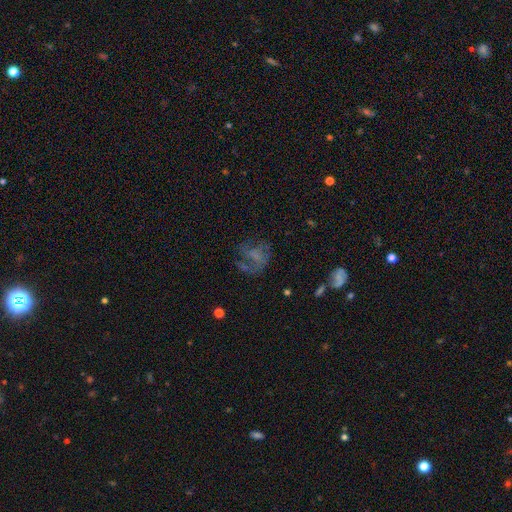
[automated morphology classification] Smooth or featured: featured or disk — 47% (smooth — 36%)
Merging: major disturbance — 38% (tied with none — 38%)